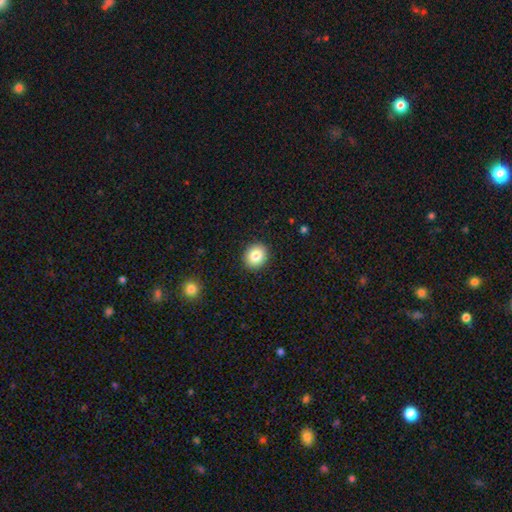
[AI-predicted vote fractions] Smooth or featured: smooth — 83% (star or artifact — 9%)
How rounded: round — 70% (in between — 29%)
Merging: none — 91% (minor disturbance — 6%)